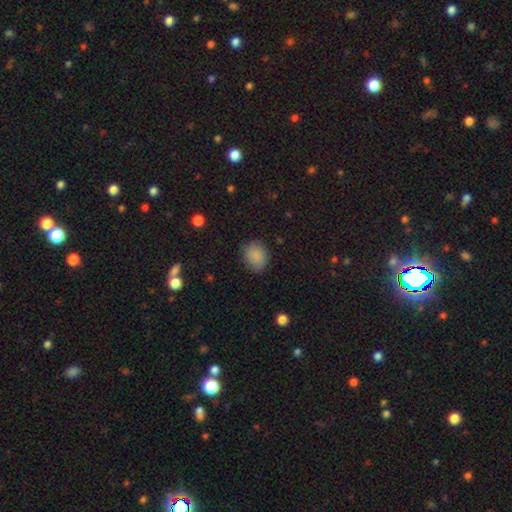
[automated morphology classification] smooth 87%, star or artifact 8%, featured or disk 5%. Down the decision tree: how rounded — round (59%); merging — none (82%).